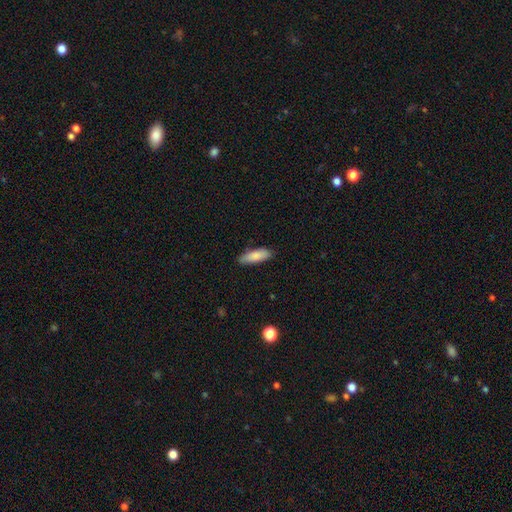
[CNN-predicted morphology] The model was most divided on "how rounded": in between: 55%, cigar-shaped: 44%, round: 2%. More confident: merging — none (86%); smooth or featured — smooth (84%).